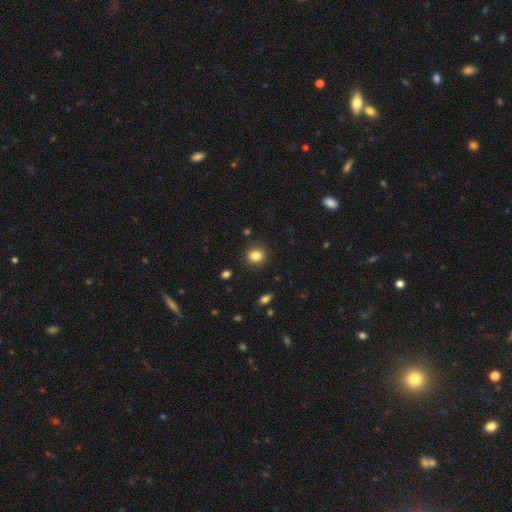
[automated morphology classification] The model was most divided on "how rounded": round: 77%, in between: 22%, cigar-shaped: 1%. More confident: merging — none (88%); smooth or featured — smooth (84%).